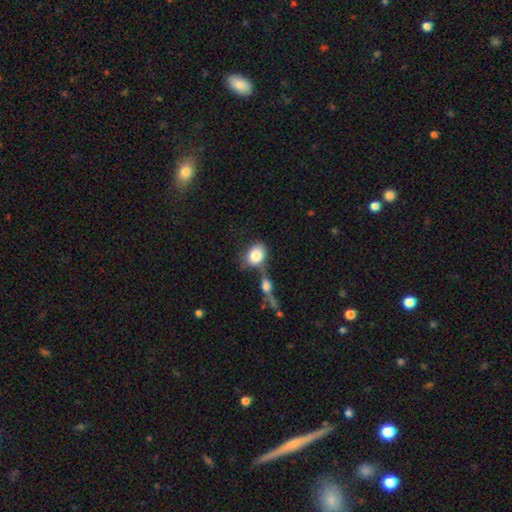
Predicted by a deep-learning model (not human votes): Smooth or featured? Predicted: smooth (p=0.78). How rounded? Predicted: in between (p=0.67). Merging? Predicted: merger (p=0.39).